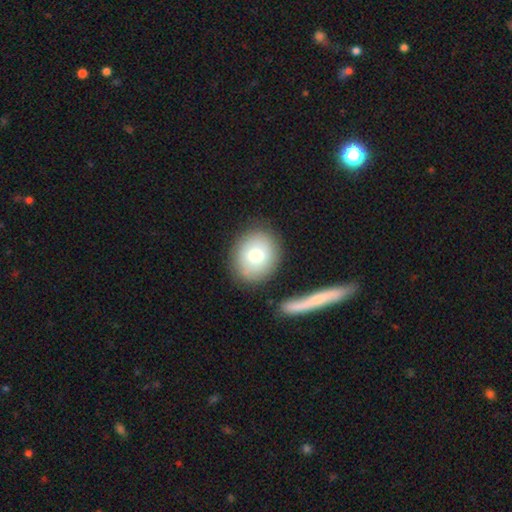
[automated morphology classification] Q: Smooth or featured?
A: smooth (72%); runner-up: featured or disk (18%)
Q: How rounded?
A: round (72%); runner-up: in between (27%)
Q: Merging?
A: none (81%); runner-up: minor disturbance (10%)